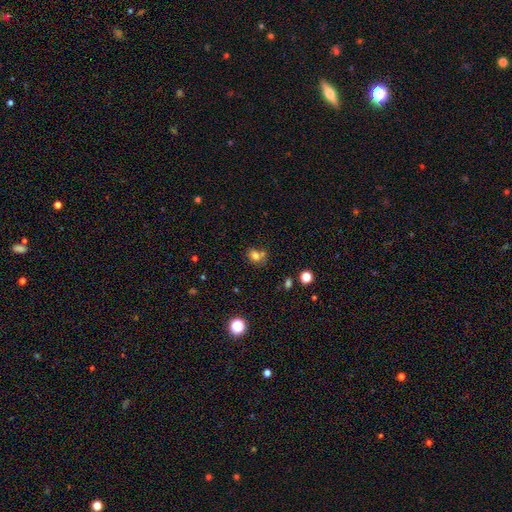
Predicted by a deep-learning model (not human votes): Morphology: type=smooth (75%); roundness=round (53%); merging=none (50%).